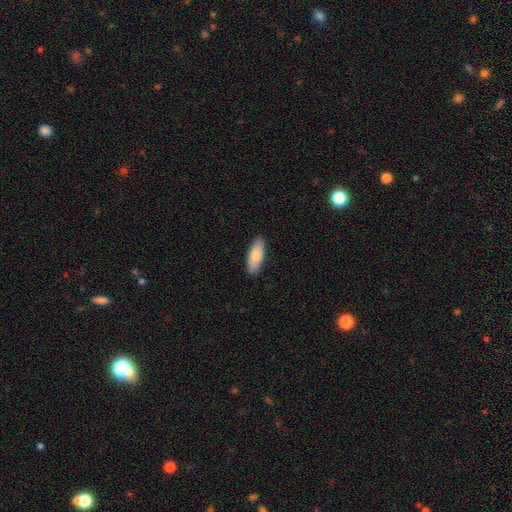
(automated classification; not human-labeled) This appears to be a smooth galaxy with no disk features (83%) that is in between round and cigar-shaped (73%). Merging: none (89%).